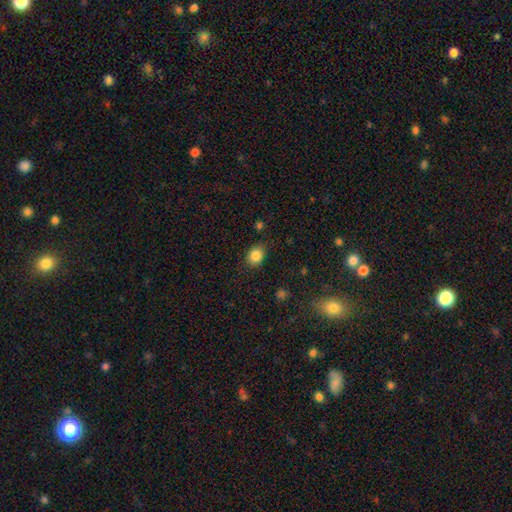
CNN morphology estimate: The model was most divided on "how rounded": in between: 53%, round: 46%, cigar-shaped: 1%. More confident: smooth or featured — smooth (85%); merging — none (81%).